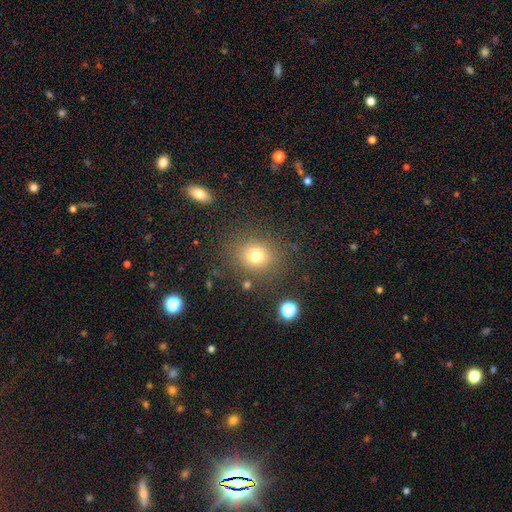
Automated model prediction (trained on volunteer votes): A smooth galaxy with no disk features (76%) that is round (75%).

Vote fractions:
- Smooth or featured? smooth: 76% / star or artifact: 15% / featured or disk: 9%
- How rounded? round: 75% / in between: 24% / cigar-shaped: 1%
- Merging? none: 82% / minor disturbance: 10% / major disturbance: 5% / merger: 3%